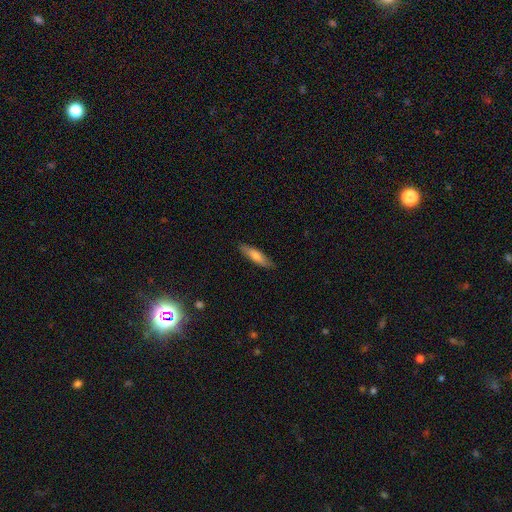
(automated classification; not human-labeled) smooth 66%, featured or disk 28%, star or artifact 7%. Down the decision tree: how rounded — cigar-shaped (76%); merging — none (86%).